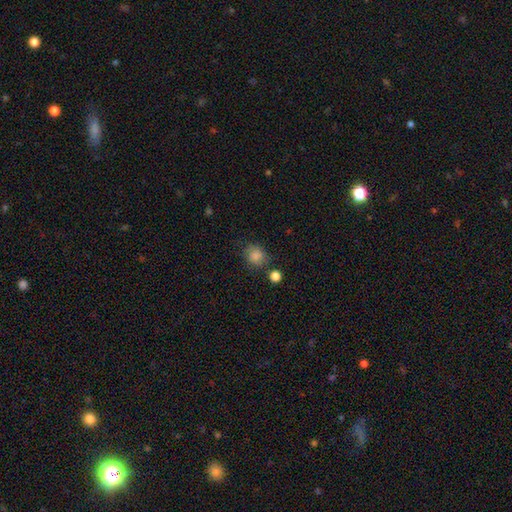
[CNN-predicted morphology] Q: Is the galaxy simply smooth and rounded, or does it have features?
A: smooth — 78%.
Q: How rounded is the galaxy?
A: round — 72%.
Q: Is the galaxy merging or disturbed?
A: none — 67%.